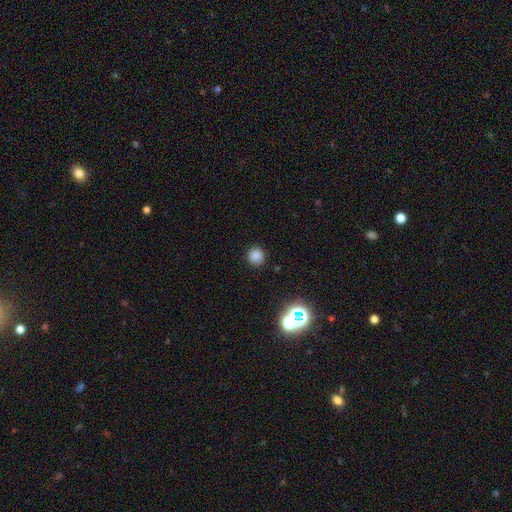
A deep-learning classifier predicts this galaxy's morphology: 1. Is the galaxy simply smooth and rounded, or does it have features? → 81% smooth, 15% star or artifact, 4% featured or disk.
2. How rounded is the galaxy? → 92% round, 7% in between, 1% cigar-shaped.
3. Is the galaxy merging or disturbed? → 88% none, 7% minor disturbance, 2% major disturbance, 2% merger.